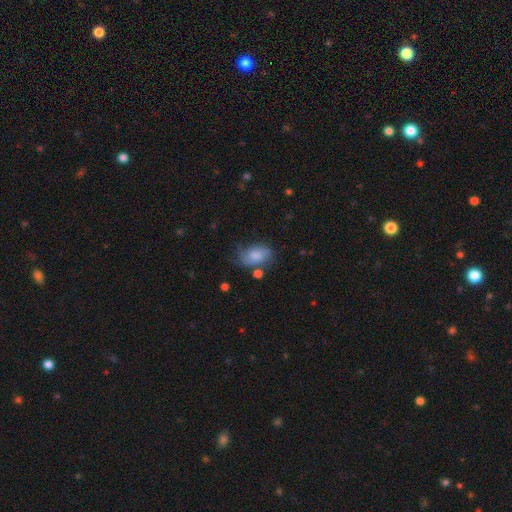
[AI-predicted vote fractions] The model was most divided on "merging": none: 47%, minor disturbance: 30%, major disturbance: 15%, merger: 8%. More confident: how rounded — in between (86%); smooth or featured — smooth (68%).